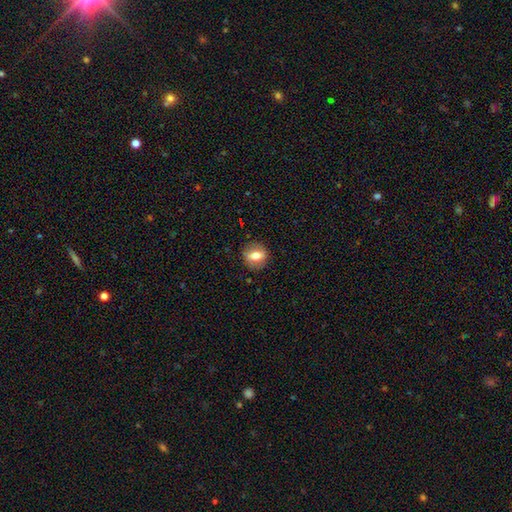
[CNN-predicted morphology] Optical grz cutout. It shows a smooth galaxy with no disk features (63%) that is round (64%). Merging: none (85%).